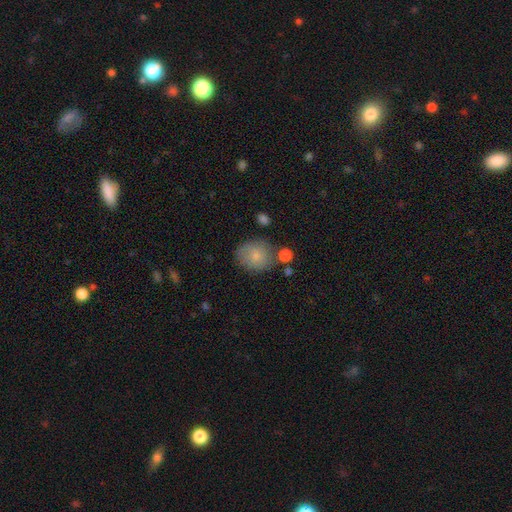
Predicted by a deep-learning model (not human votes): smooth-or-featured: smooth: 81% | featured or disk: 12% | star or artifact: 7%
  how-rounded: round: 71% | in between: 28% | cigar-shaped: 1%
  merging: none: 68% | minor disturbance: 18% | merger: 8% | major disturbance: 6%